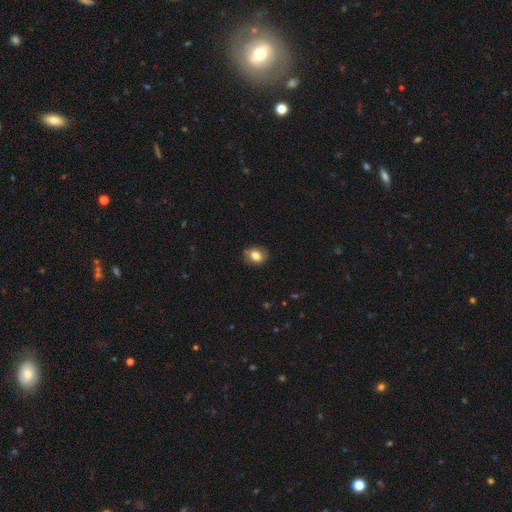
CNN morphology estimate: Smooth or featured? Predicted: smooth (p=0.74). How rounded? Predicted: in between (p=0.62). Merging? Predicted: none (p=0.78).